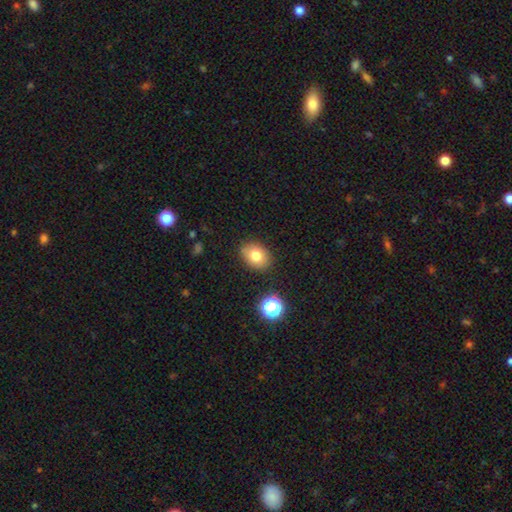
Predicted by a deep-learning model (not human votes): Morphology: type=smooth (78%); roundness=in between (62%); merging=none (85%).